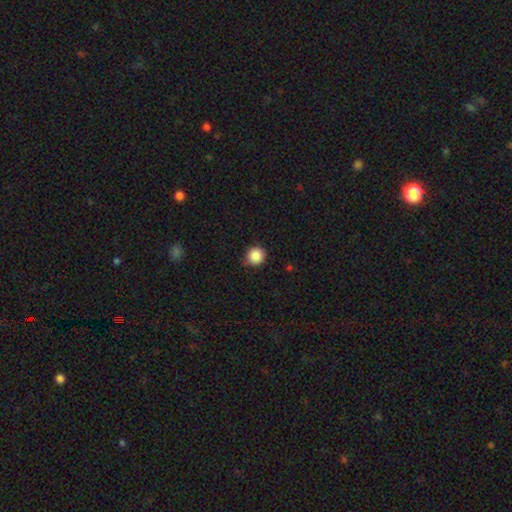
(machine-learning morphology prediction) smooth-or-featured: smooth: 87% | star or artifact: 10% | featured or disk: 3%
  how-rounded: round: 93% | in between: 6% | cigar-shaped: 1%
  merging: none: 84% | minor disturbance: 13% | major disturbance: 2% | merger: 1%